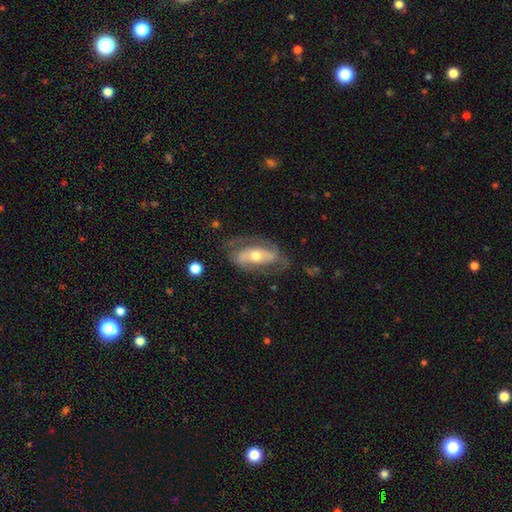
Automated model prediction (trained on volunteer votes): A featured or disk galaxy (68%) with no bar (41%), spiral arms (70%) and a moderate central bulge (64%).

Vote fractions:
- Smooth or featured? featured or disk: 68% / smooth: 26% / star or artifact: 6%
- Edge-on disk? no: 88% / yes: 12%
- Bar? no: 41% / strong: 33% / weak: 25%
- Spiral arms? yes: 70% / no: 30%
- Bulge size? moderate: 64% / small: 26% / large: 7% / dominant: 1% / none: 1%
- Merging? none: 60% / minor disturbance: 22% / major disturbance: 17% / merger: 2%